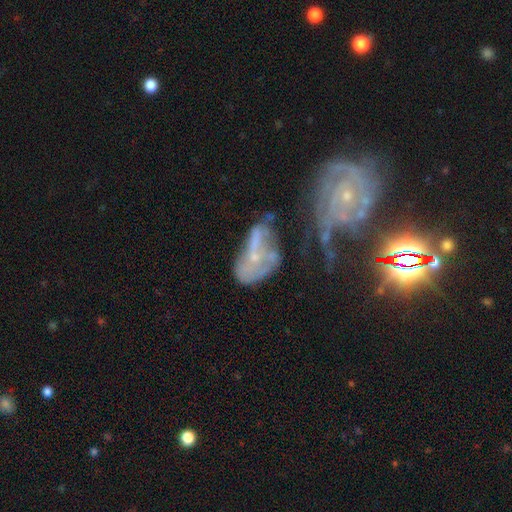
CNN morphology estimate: smooth-or-featured: featured or disk: 63% | smooth: 21% | star or artifact: 16%
  disk-edge-on: no: 95% | yes: 5%
    bar: no: 76% | weak: 17% | strong: 7%
    has-spiral-arms: yes: 52% | no: 48%
    bulge-size: small: 64% | none: 17% | moderate: 15% | large: 2% | dominant: 1%
  merging: major disturbance: 31% (tied) | merger: 31% (tied) | none: 20% | minor disturbance: 19%